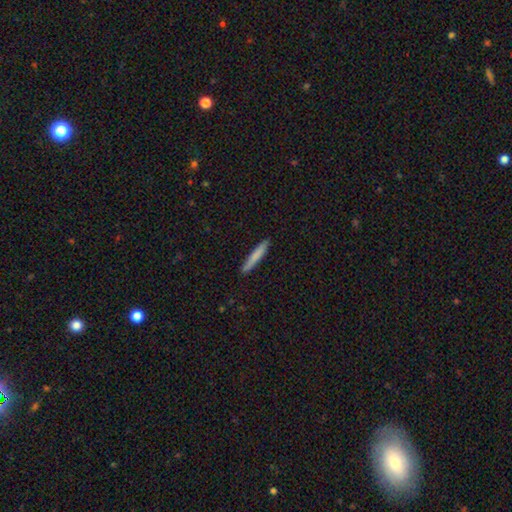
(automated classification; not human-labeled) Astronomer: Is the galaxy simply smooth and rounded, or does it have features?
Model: smooth — 78%.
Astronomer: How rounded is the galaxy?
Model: cigar-shaped — 95%.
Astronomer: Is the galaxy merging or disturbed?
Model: none — 90%.